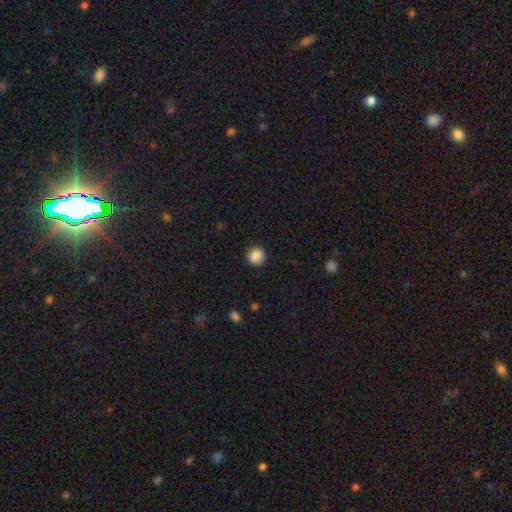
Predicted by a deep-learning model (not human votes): This is clearly a smooth galaxy (88%). How rounded: clearly round (93%). Merging: clearly none (90%).